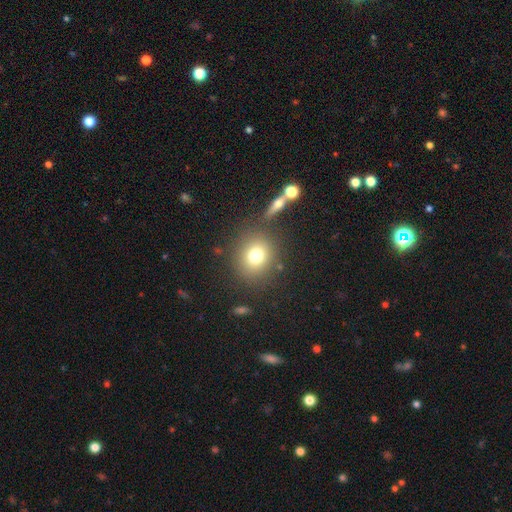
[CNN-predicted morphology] This is likely a smooth galaxy (75%). How rounded: clearly round (80%). Merging: likely none (79%).